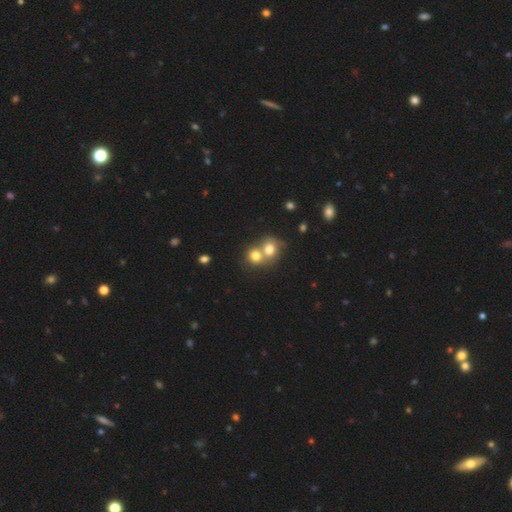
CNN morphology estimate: This appears to be a smooth galaxy with no disk features (75%) that is round (75%). Merging: merger (66%).